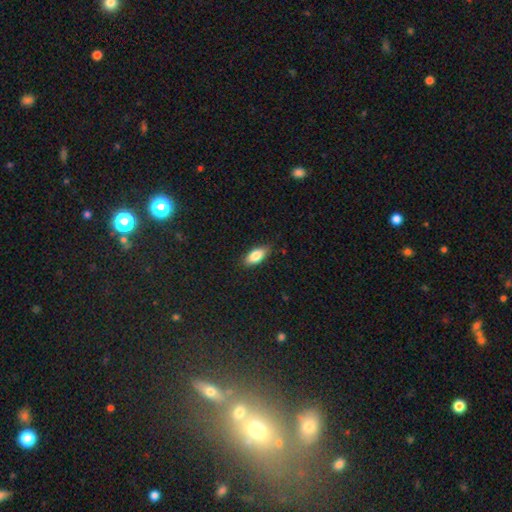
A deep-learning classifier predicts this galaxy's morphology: The model was most divided on "merging": none: 81%, minor disturbance: 15%, major disturbance: 3%, merger: 1%. More confident: how rounded — in between (86%); smooth or featured — smooth (83%).